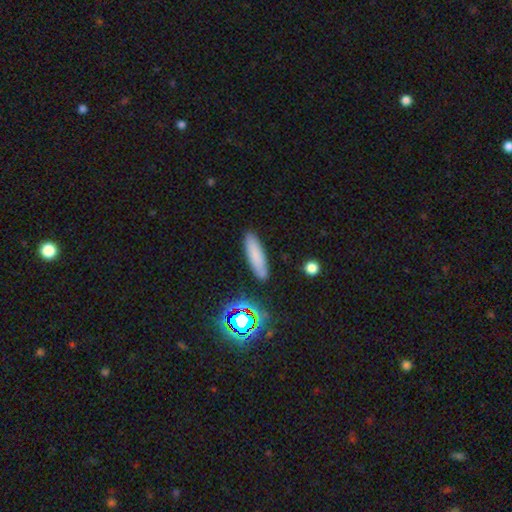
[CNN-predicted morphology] Smooth or featured?
  - smooth: 76% *
  - star or artifact: 13%
  - featured or disk: 12%
How rounded?
  - cigar-shaped: 68% *
  - in between: 29%
  - round: 2%
Merging?
  - none: 87% *
  - minor disturbance: 9%
  - major disturbance: 2%
  - merger: 2%